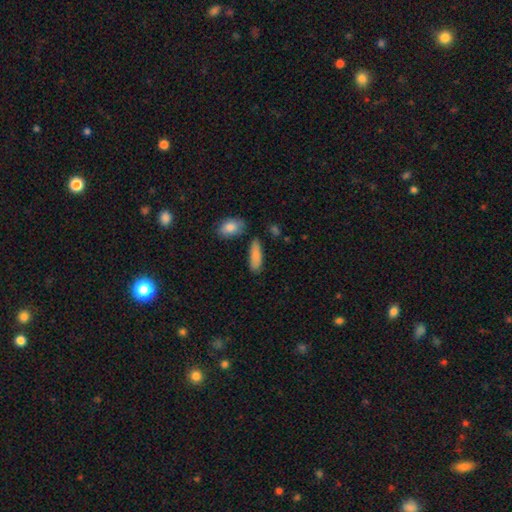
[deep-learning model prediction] Overall: smooth (85%). How rounded: in between (60%; cigar-shaped 37%). Merging: none (76%).